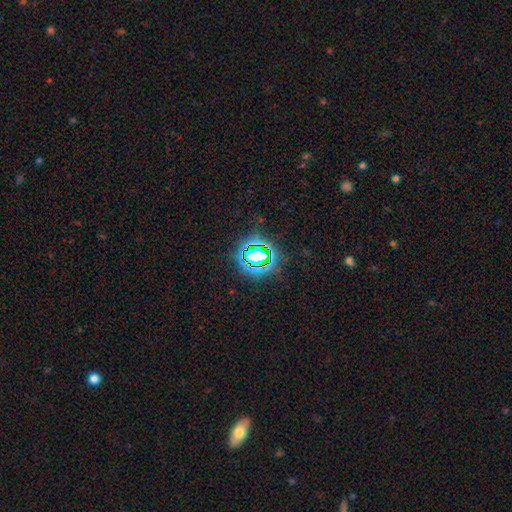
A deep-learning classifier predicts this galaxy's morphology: type=star or artifact (72%).